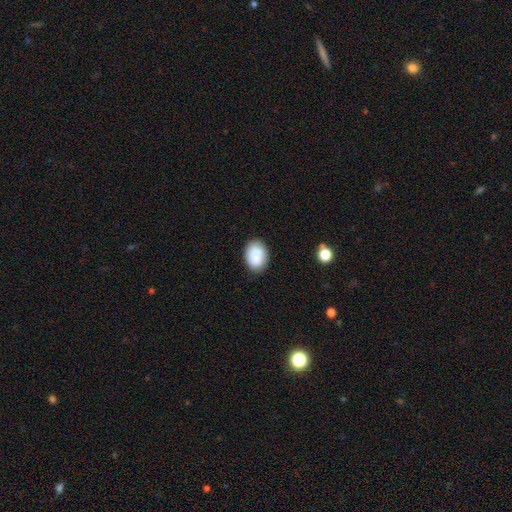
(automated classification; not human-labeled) Smooth or featured?
  - smooth: 86% *
  - star or artifact: 7%
  - featured or disk: 7%
How rounded?
  - in between: 77% *
  - round: 22%
  - cigar-shaped: 1%
Merging?
  - none: 81% *
  - minor disturbance: 14%
  - major disturbance: 3%
  - merger: 2%